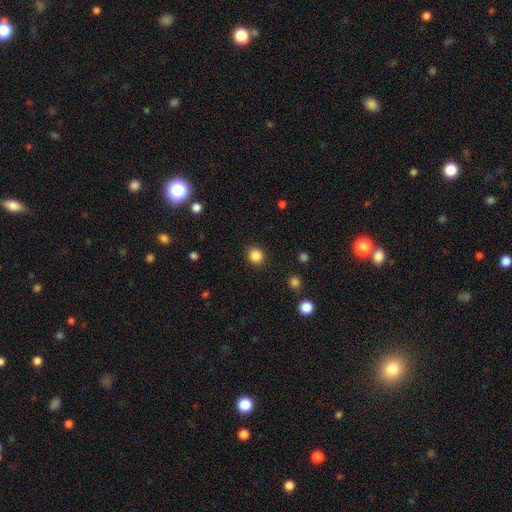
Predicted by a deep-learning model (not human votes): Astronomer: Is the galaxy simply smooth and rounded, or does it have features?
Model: smooth — 86%.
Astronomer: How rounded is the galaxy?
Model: round — 88%.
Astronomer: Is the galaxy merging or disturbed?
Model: none — 91%.